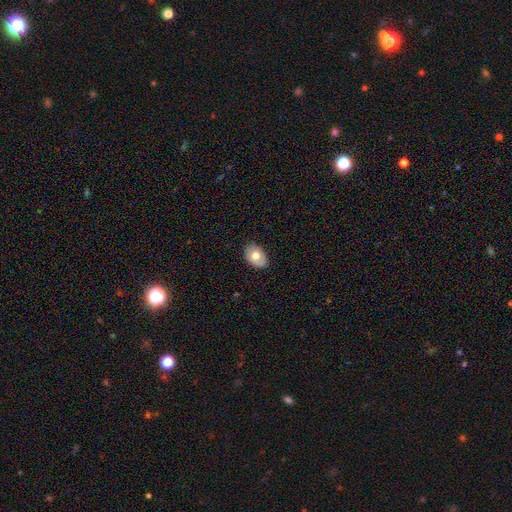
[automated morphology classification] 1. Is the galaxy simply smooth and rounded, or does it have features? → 72% smooth, 20% featured or disk, 8% star or artifact.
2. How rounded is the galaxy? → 82% in between, 17% round, 1% cigar-shaped.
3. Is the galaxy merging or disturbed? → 83% none, 14% minor disturbance, 2% major disturbance, 1% merger.